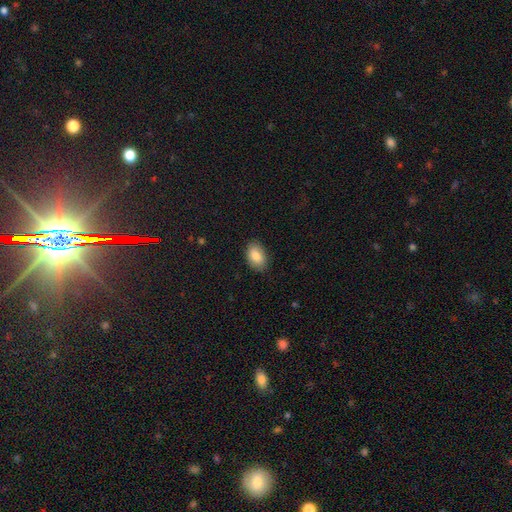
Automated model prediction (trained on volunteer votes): smooth-or-featured: smooth: 86% | featured or disk: 7% | star or artifact: 7%
  how-rounded: in between: 90% | round: 9% | cigar-shaped: 1%
  merging: none: 84% | minor disturbance: 12% | major disturbance: 3% | merger: 1%